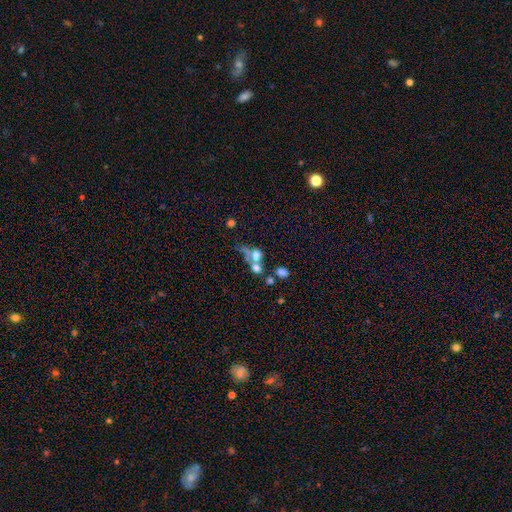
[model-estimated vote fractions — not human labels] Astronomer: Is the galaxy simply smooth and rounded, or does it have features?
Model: smooth — 54%.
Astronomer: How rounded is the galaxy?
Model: round — 51% (runner-up: in between, 44%).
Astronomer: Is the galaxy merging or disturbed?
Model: merger — 55%.